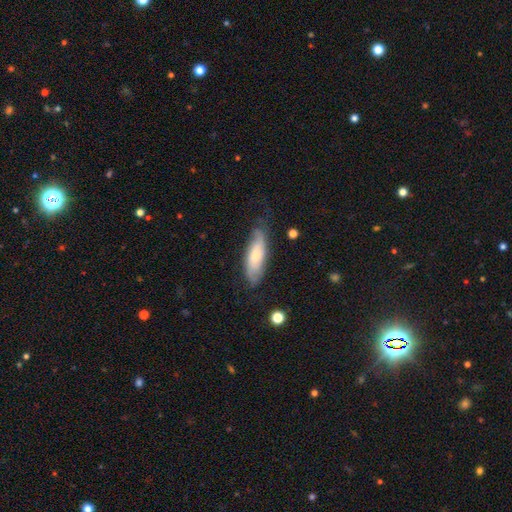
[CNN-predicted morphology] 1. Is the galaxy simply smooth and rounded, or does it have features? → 59% smooth, 35% featured or disk, 6% star or artifact.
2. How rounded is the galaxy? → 53% in between, 45% cigar-shaped, 2% round.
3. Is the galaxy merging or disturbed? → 65% none, 26% minor disturbance, 7% major disturbance, 2% merger.